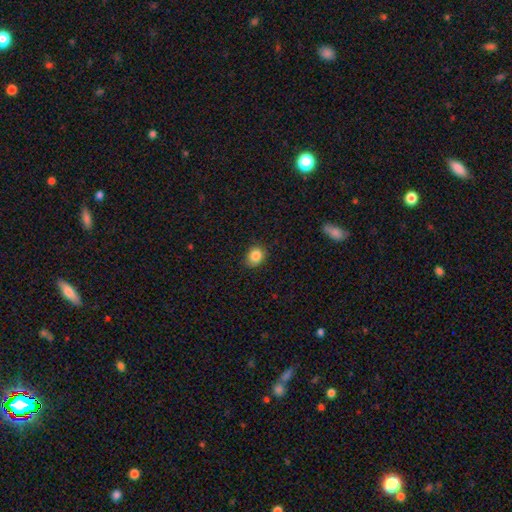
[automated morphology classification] smooth_or_featured: smooth (p=0.85) [alt: star or artifact p=0.10]
how_rounded: round (p=0.60) [alt: in between p=0.39]
merging: none (p=0.85) [alt: minor disturbance p=0.12]